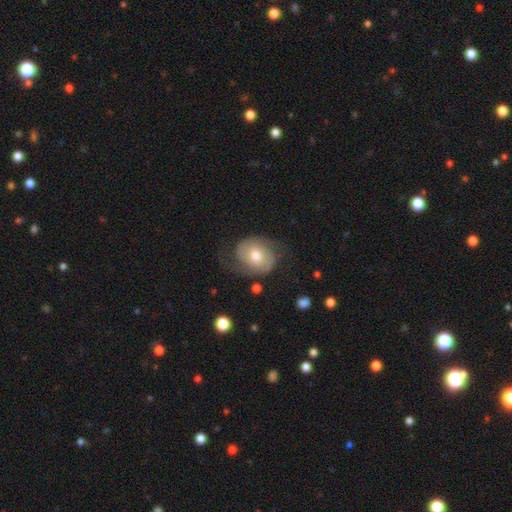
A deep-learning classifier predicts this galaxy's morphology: A featured or disk galaxy (72%) with no bar (67%), 2 (87%) medium (43%) spiral arms (91%) and a moderate central bulge (67%).

Vote fractions:
- Smooth or featured? featured or disk: 72% / smooth: 22% / star or artifact: 7%
- Edge-on disk? no: 97% / yes: 3%
- Bar? no: 67% / weak: 27% / strong: 6%
- Spiral arms? yes: 91% / no: 9%
- Spiral winding? medium: 43% / tight: 32% / loose: 25%
- Spiral arm count? 2: 87% / can't tell: 7% / 1: 3% / 3: 1% / 4: 1% / more than 4: 1%
- Bulge size? moderate: 67% / small: 25% / large: 6% / dominant: 1% / none: 1%
- Merging? none: 65% / minor disturbance: 19% / major disturbance: 14% / merger: 2%